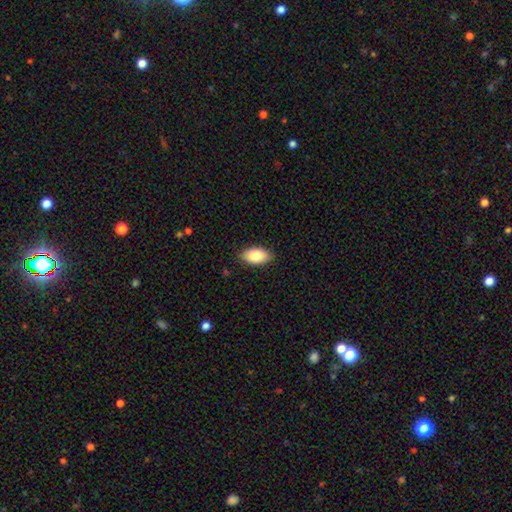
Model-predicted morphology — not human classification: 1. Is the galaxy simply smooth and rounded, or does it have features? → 86% smooth, 8% featured or disk, 7% star or artifact.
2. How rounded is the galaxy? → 94% in between, 4% round, 2% cigar-shaped.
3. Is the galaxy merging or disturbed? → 86% none, 11% minor disturbance, 2% major disturbance, 1% merger.